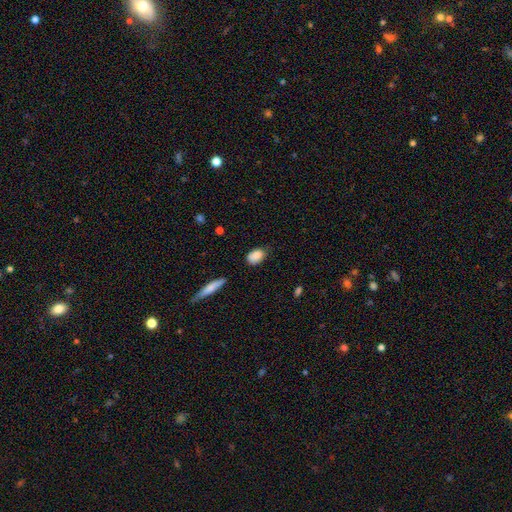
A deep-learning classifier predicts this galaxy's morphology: A smooth galaxy with no disk features (84%) that is in between round and cigar-shaped (82%). Merging: none (69%).